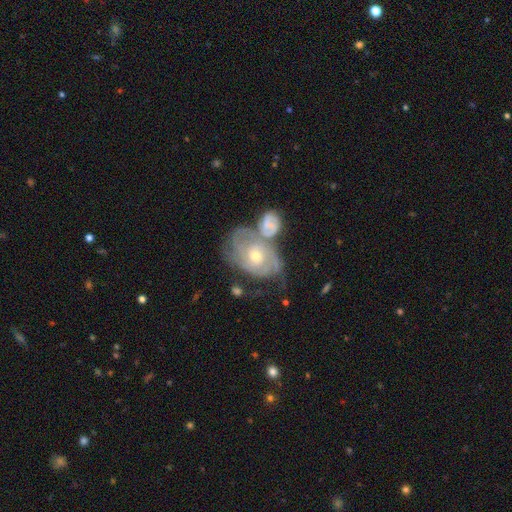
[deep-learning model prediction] Smooth or featured? featured or disk (39%)
Merging? merger (40%)